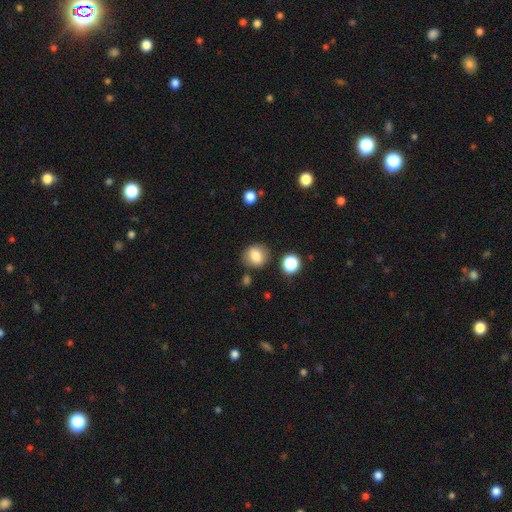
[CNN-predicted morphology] type=smooth (81%); roundness=round (73%); merging=none (81%).